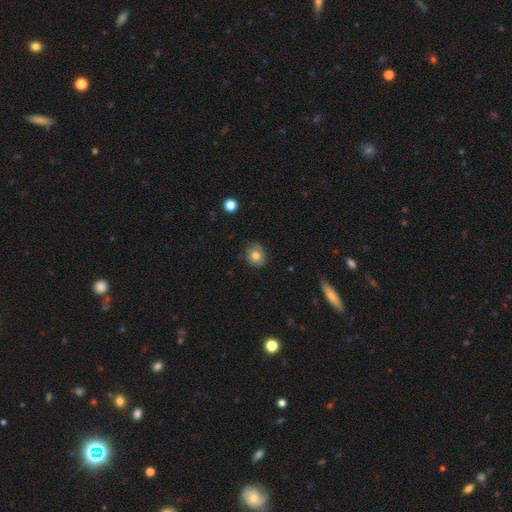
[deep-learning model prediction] Morphology: type=smooth (77%); roundness=round (74%); merging=none (80%).